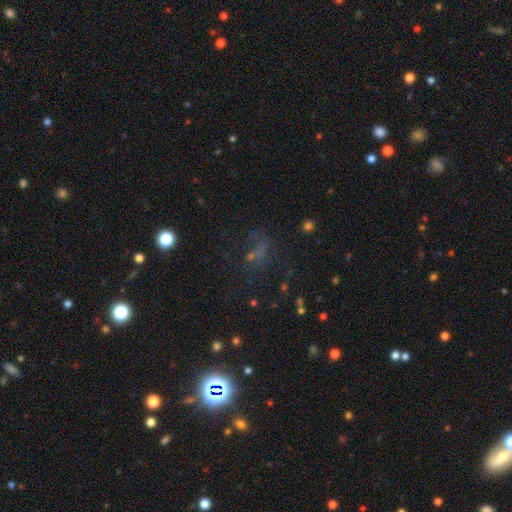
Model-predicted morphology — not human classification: A star or artifact, not a galaxy (41%).